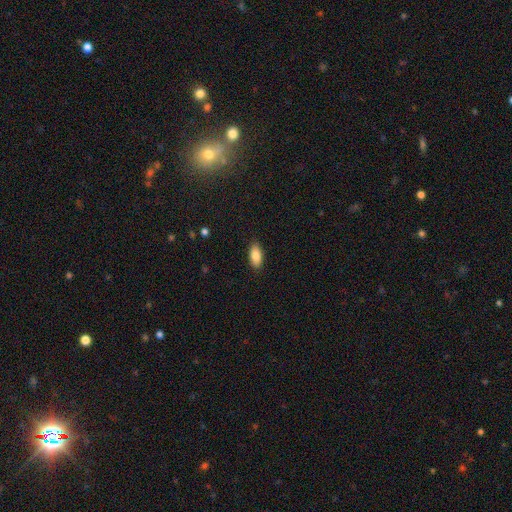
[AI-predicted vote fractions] This is clearly a smooth galaxy (87%). How rounded: clearly in between (88%). Merging: clearly none (88%).